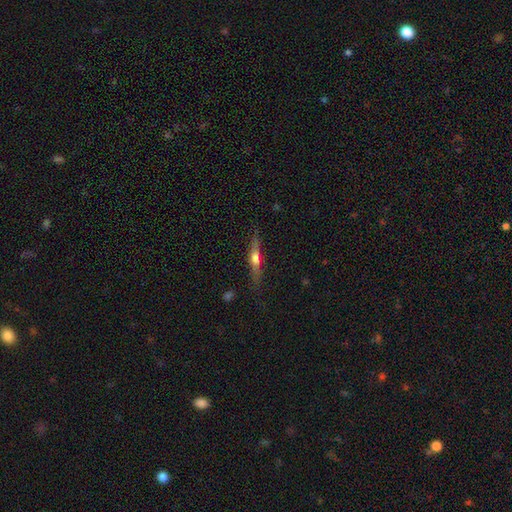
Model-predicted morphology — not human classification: This appears to be a featured or disk galaxy (67%) viewed edge-on (96%) with a rounded central bulge (89%). Merging: none (85%).